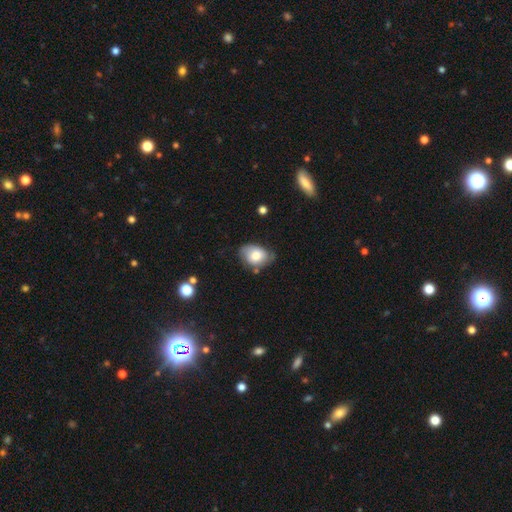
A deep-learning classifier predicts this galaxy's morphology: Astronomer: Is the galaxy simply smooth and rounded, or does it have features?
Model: smooth — 73%.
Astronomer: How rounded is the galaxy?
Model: in between — 77%.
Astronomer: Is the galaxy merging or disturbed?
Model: none — 56% (runner-up: minor disturbance, 33%).